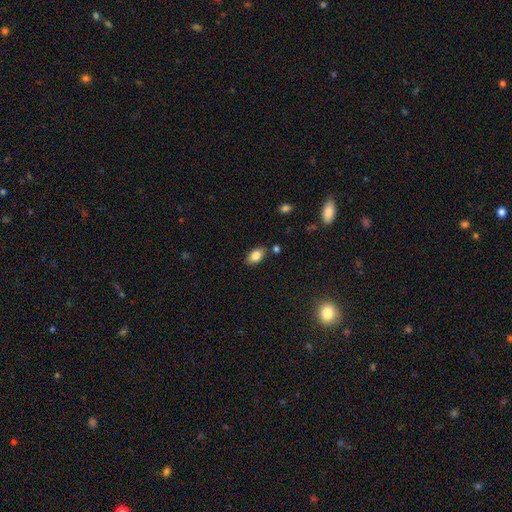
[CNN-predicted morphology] A smooth galaxy with no disk features (83%) that is in between round and cigar-shaped (87%). Merging: none (81%).